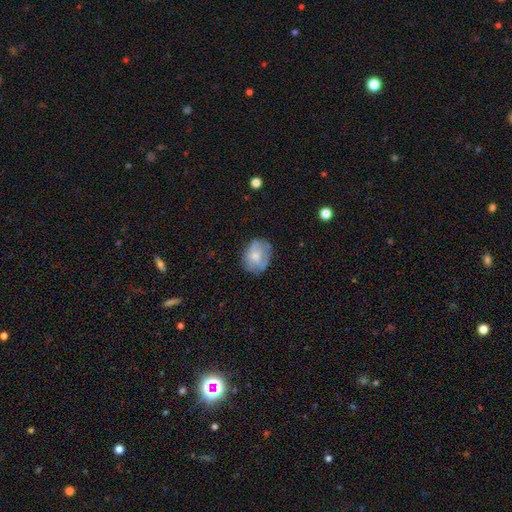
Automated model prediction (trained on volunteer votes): A smooth galaxy with no disk features (59%) that is in between round and cigar-shaped (54%). Merging: none (63%).